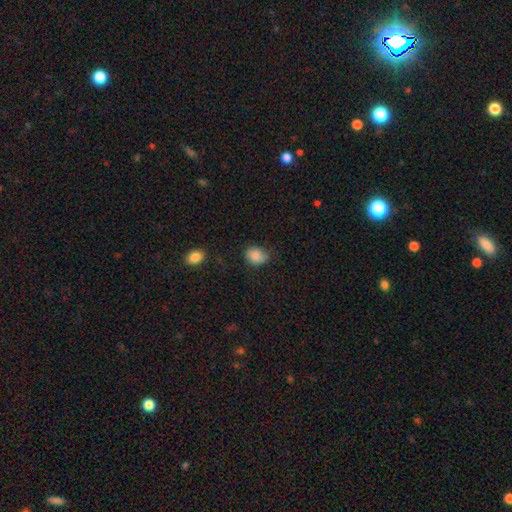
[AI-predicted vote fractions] Morphology: type=smooth (83%); roundness=round (50%); merging=none (62%).